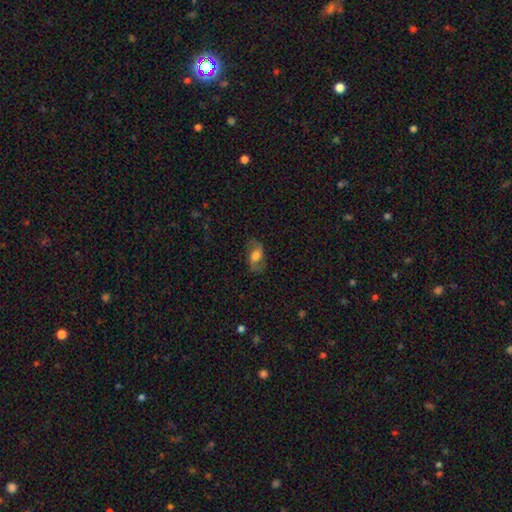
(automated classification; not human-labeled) A featured or disk galaxy (55%) with a weak bar (42%), spiral arms (83%) and a moderate central bulge (54%). Merging: none (76%).